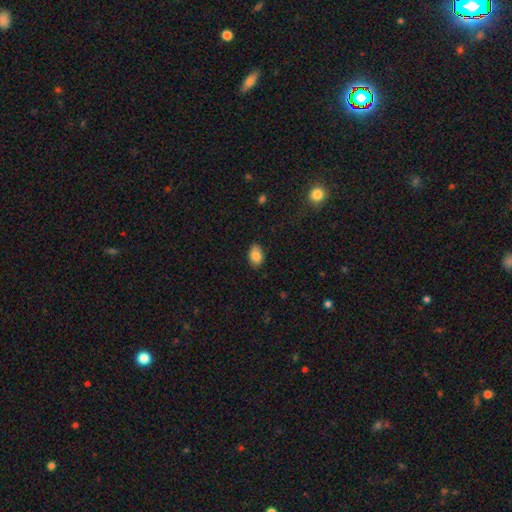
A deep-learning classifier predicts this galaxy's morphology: Q: Smooth or featured?
A: smooth (85%); runner-up: star or artifact (8%)
Q: How rounded?
A: in between (85%); runner-up: round (13%)
Q: Merging?
A: none (80%); runner-up: minor disturbance (16%)